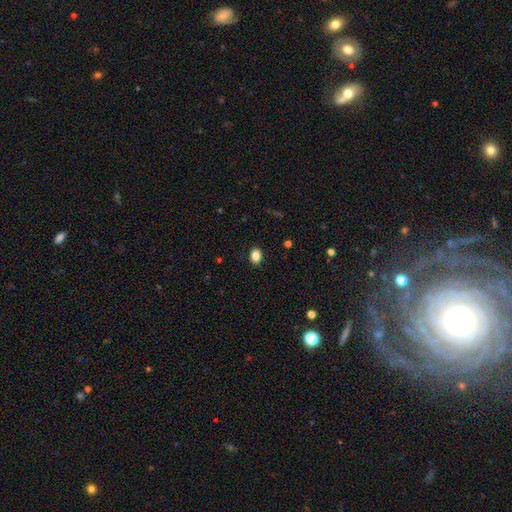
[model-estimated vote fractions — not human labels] Smooth or featured: smooth — 86% (star or artifact — 10%)
How rounded: in between — 71% (round — 28%)
Merging: none — 89% (minor disturbance — 8%)